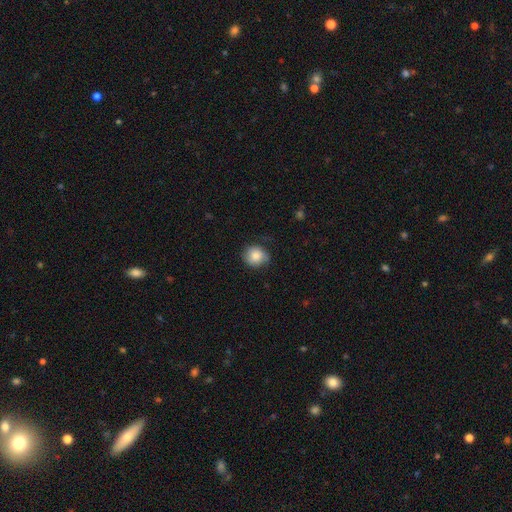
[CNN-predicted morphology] smooth 84%, featured or disk 8%, star or artifact 8%. Down the decision tree: how rounded — round (83%); merging — none (72%).